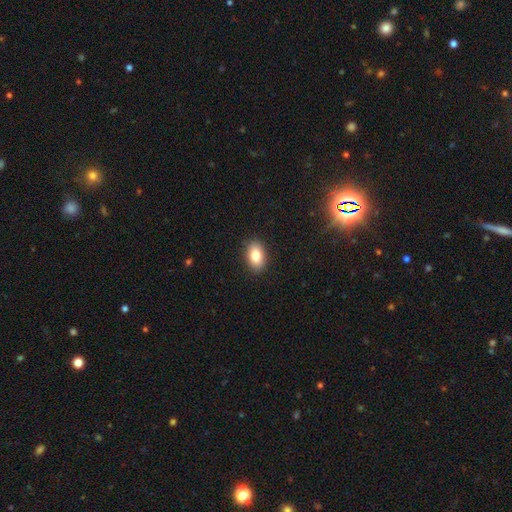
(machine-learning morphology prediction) Q: Smooth or featured?
A: smooth (82%); runner-up: featured or disk (9%)
Q: How rounded?
A: in between (87%); runner-up: round (12%)
Q: Merging?
A: none (88%); runner-up: minor disturbance (8%)